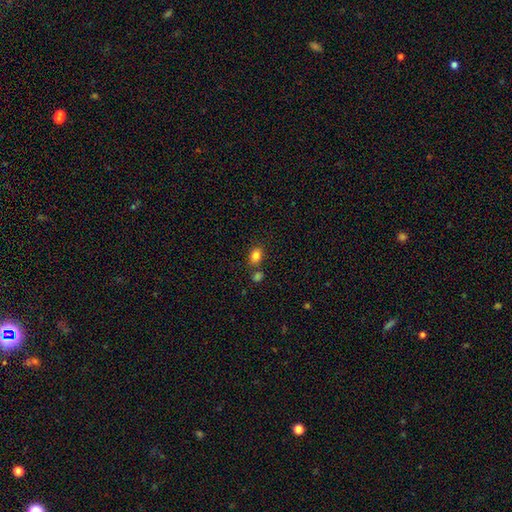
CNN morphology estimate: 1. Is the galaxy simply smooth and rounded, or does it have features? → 84% smooth, 11% star or artifact, 6% featured or disk.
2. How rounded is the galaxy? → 68% in between, 31% round, 1% cigar-shaped.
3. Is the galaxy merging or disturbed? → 70% none, 15% merger, 11% minor disturbance, 3% major disturbance.